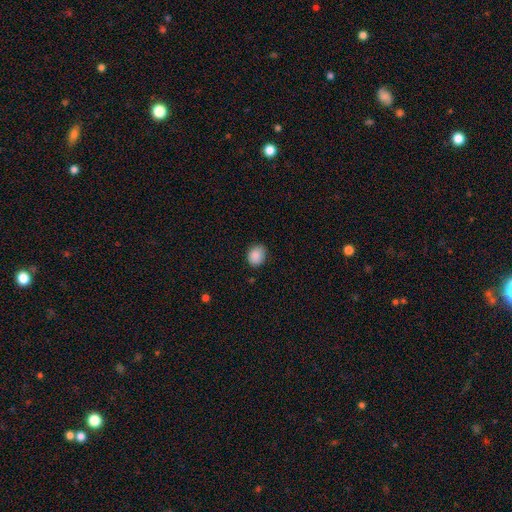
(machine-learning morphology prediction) Q: Smooth or featured?
A: smooth (89%); runner-up: star or artifact (8%)
Q: How rounded?
A: round (54%); runner-up: in between (45%)
Q: Merging?
A: none (83%); runner-up: minor disturbance (13%)